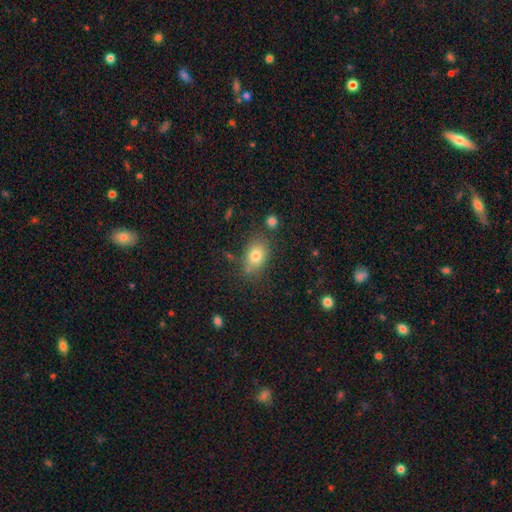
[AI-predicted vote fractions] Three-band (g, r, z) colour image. It shows a smooth galaxy with no disk features (78%) that is in between round and cigar-shaped (75%). Merging: none (73%).